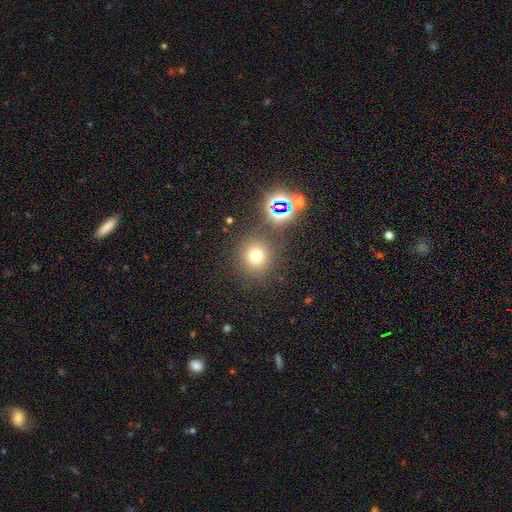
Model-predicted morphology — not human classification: Smooth or featured?
  - smooth: 68% *
  - star or artifact: 23%
  - featured or disk: 9%
How rounded?
  - round: 89% *
  - in between: 10%
  - cigar-shaped: 1%
Merging?
  - none: 81% *
  - minor disturbance: 8%
  - merger: 6%
  - major disturbance: 4%